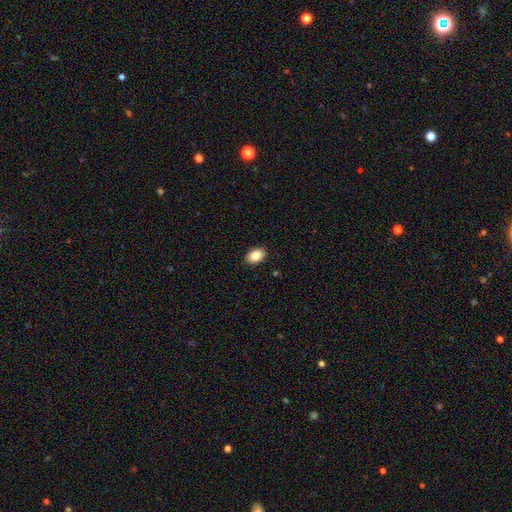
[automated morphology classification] Overall: smooth (84%). How rounded: in between (86%). Merging: none (90%).